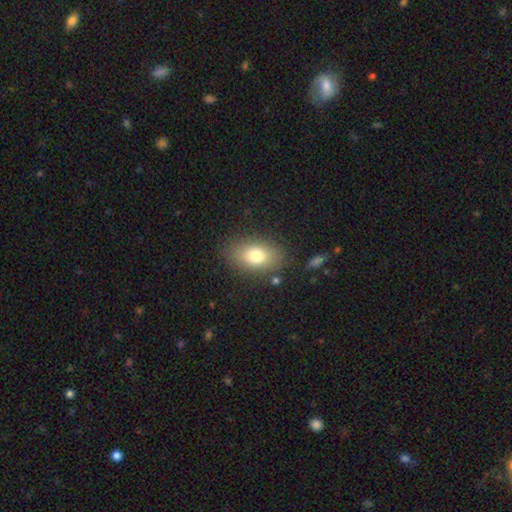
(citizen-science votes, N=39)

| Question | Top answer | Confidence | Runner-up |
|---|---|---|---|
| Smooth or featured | smooth | 90% | featured or disk (5%) |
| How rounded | in between | 77% | round (23%) |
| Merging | none | 84% | minor disturbance (11%) |